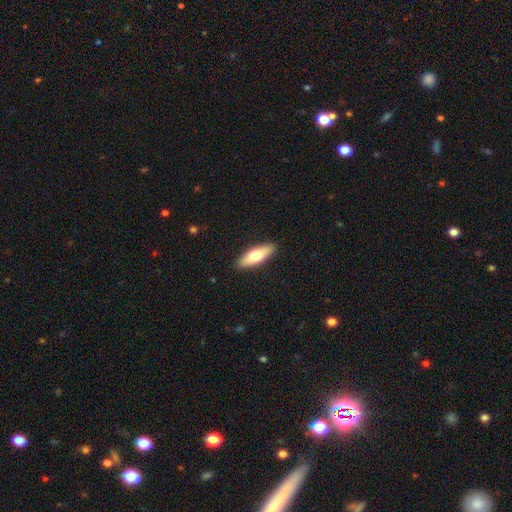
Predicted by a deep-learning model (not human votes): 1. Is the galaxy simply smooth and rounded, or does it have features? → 68% smooth, 26% featured or disk, 5% star or artifact.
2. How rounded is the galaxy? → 52% in between, 46% cigar-shaped, 2% round.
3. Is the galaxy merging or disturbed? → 90% none, 8% minor disturbance, 2% major disturbance, 1% merger.